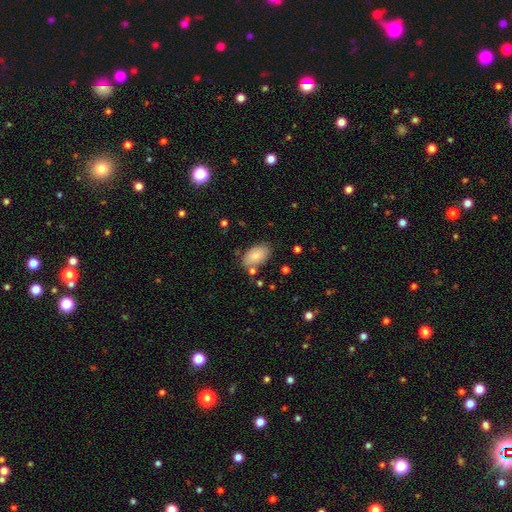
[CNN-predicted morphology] Q: Smooth or featured?
A: smooth (83%); runner-up: featured or disk (10%)
Q: How rounded?
A: in between (94%); runner-up: round (5%)
Q: Merging?
A: none (77%); runner-up: minor disturbance (15%)